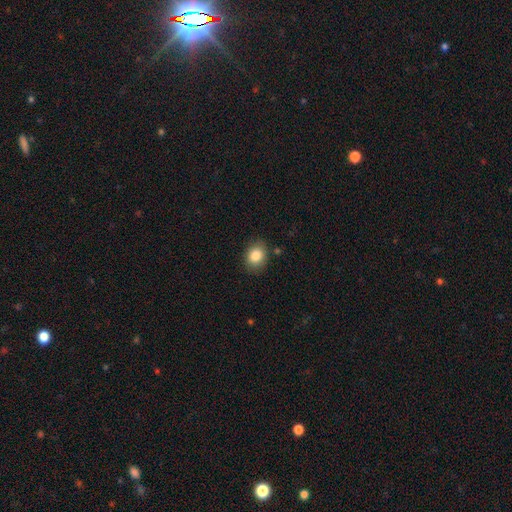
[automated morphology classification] This appears to be a smooth galaxy with no disk features (84%) that is round (50%). Merging: none (84%).